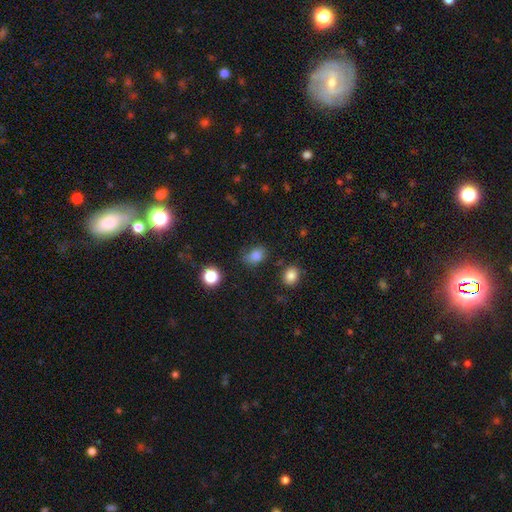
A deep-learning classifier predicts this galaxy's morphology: smooth-or-featured: smooth: 80% | star or artifact: 14% | featured or disk: 6%
  how-rounded: in between: 68% | round: 30% | cigar-shaped: 1%
  merging: none: 65% | minor disturbance: 24% | major disturbance: 7% | merger: 4%